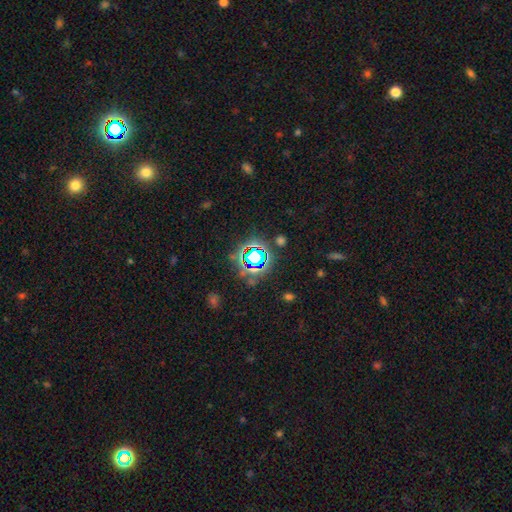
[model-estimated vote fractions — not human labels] star or artifact 71%, smooth 19%, featured or disk 10%.